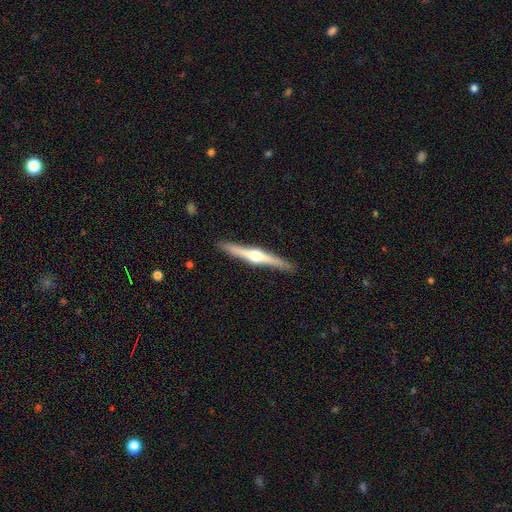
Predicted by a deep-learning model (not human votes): Smooth or featured?
  - featured or disk: 78% *
  - smooth: 17%
  - star or artifact: 5%
Edge-on disk?
  - yes: 98% *
  - no: 2%
Edge-on bulge?
  - rounded: 95% *
  - boxy: 3%
  - none: 3%
Merging?
  - none: 91% *
  - minor disturbance: 6%
  - major disturbance: 1%
  - merger: 1%